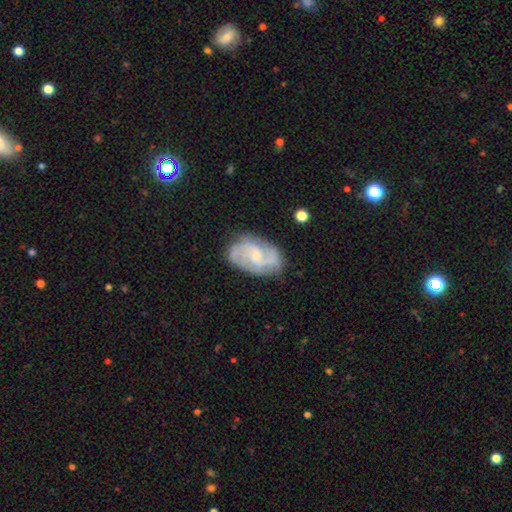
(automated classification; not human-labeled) Morphology: type=featured or disk (79%); edge-on=no (97%); bar=no (49%); spiral arms=yes (92%); winding=medium (48%); arm count=2 (49%); bulge=small (67%); merging=none (72%).